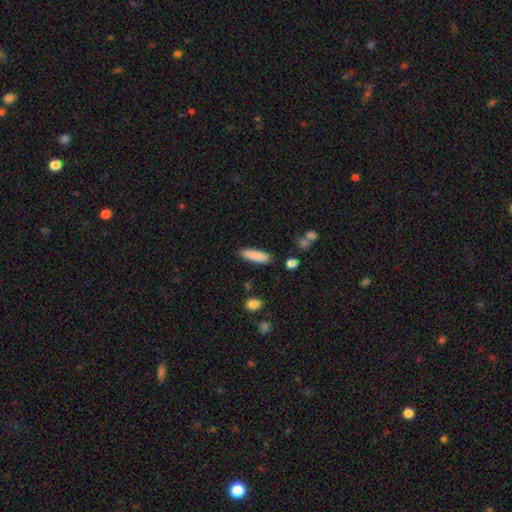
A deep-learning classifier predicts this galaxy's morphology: Smooth or featured? Predicted: smooth (p=0.87). How rounded? Predicted: cigar-shaped (p=0.63). Merging? Predicted: none (p=0.86).